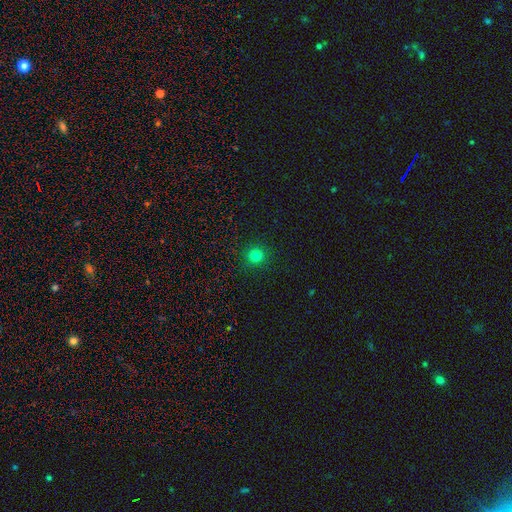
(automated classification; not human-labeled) Smooth or featured? Predicted: smooth (p=0.80). How rounded? Predicted: round (p=0.94). Merging? Predicted: none (p=0.92).